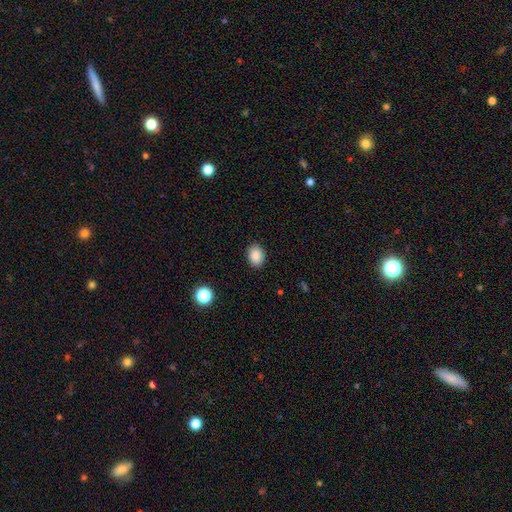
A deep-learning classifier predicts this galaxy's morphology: smooth 88%, star or artifact 9%, featured or disk 3%. Down the decision tree: how rounded — in between (61%); merging — none (88%).